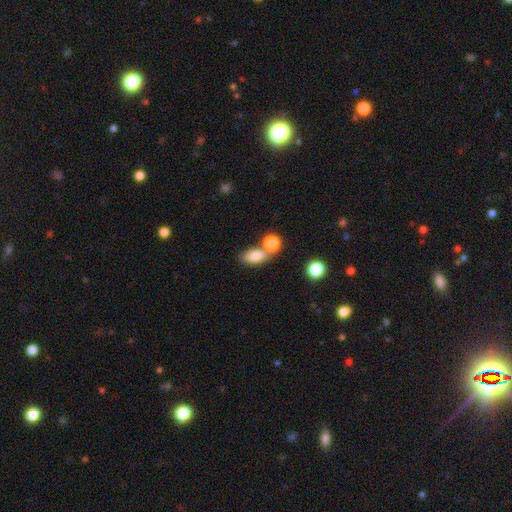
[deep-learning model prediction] smooth 82%, star or artifact 10%, featured or disk 9%. Down the decision tree: how rounded — in between (82%); merging — none (52%).